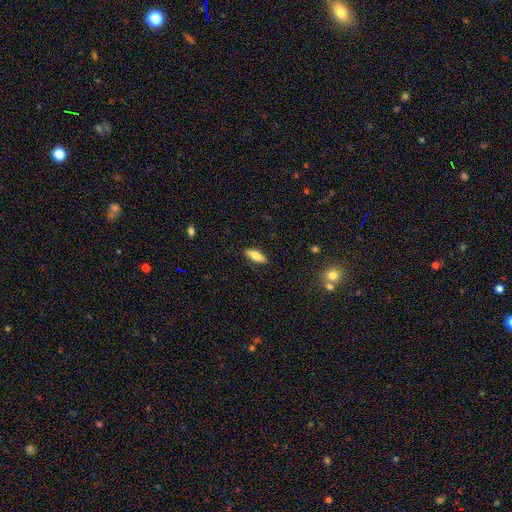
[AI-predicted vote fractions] smooth 72%, featured or disk 22%, star or artifact 7%. Down the decision tree: how rounded — in between (66%); merging — none (87%).